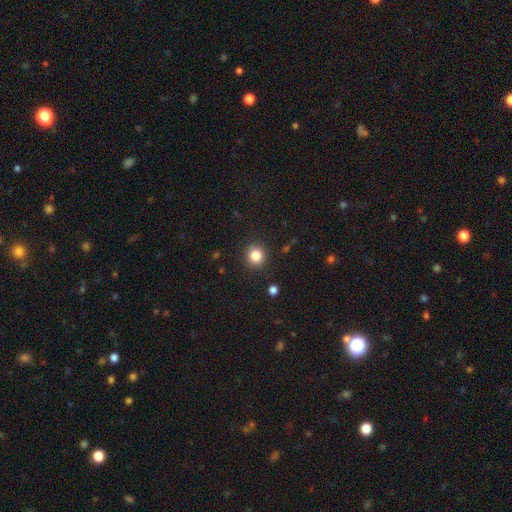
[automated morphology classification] Smooth or featured? smooth (83%)
How rounded? round (90%)
Merging? none (89%)